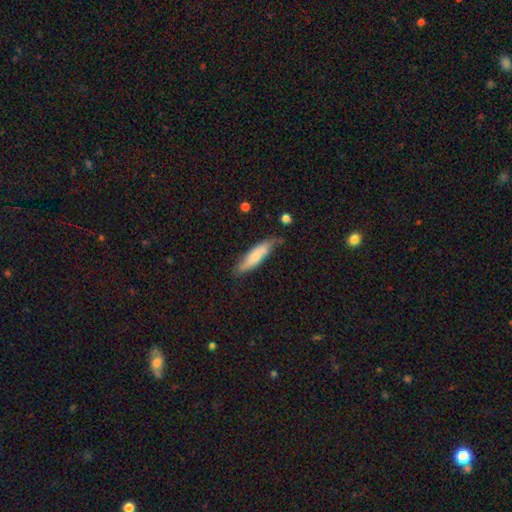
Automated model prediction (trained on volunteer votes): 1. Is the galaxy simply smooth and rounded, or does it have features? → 64% smooth, 30% featured or disk, 6% star or artifact.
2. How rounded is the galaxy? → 67% cigar-shaped, 31% in between, 2% round.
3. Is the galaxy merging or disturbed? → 63% none, 28% minor disturbance, 6% major disturbance, 3% merger.